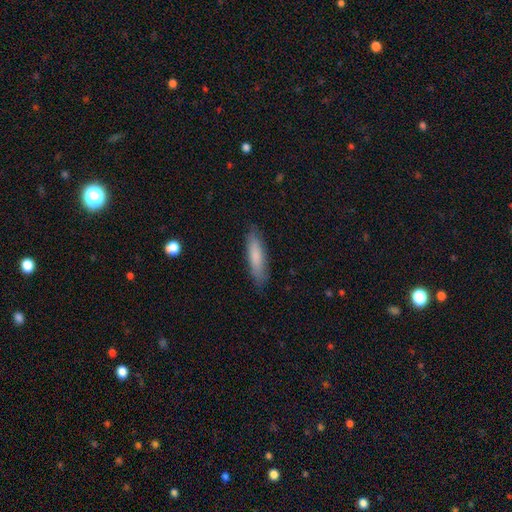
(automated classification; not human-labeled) smooth-or-featured: smooth: 78% | featured or disk: 16% | star or artifact: 6%
  how-rounded: cigar-shaped: 75% | in between: 24% | round: 1%
  merging: none: 85% | minor disturbance: 12% | major disturbance: 2% | merger: 1%